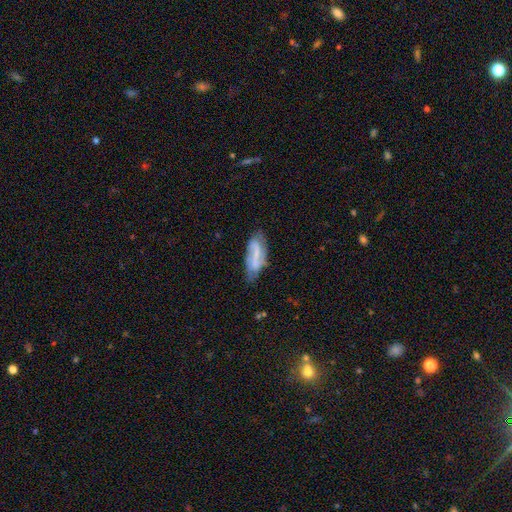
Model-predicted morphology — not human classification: A featured or disk galaxy (62%) with a strong bar (46%), spiral arms (83%) and no central bulge (44%).

Vote fractions:
- Smooth or featured? featured or disk: 62% / smooth: 30% / star or artifact: 8%
- Edge-on disk? no: 91% / yes: 9%
- Bar? strong: 46% / weak: 36% / no: 19%
- Spiral arms? yes: 83% / no: 17%
- Bulge size? none: 44% / small: 39% / moderate: 14% / large: 2% / dominant: 1%
- Merging? none: 64% / minor disturbance: 24% / major disturbance: 8% / merger: 3%